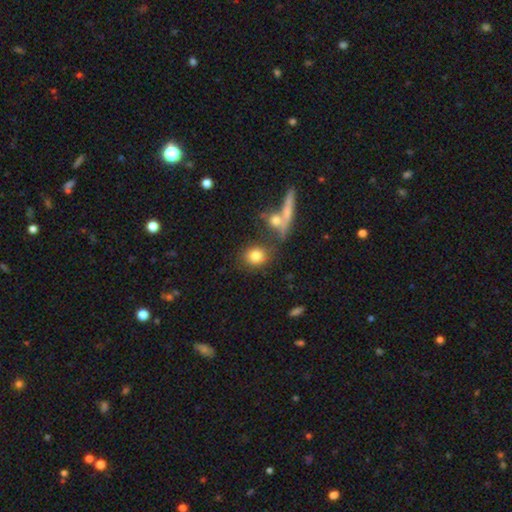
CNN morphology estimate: type=smooth (80%); roundness=round (73%); merging=none (63%).